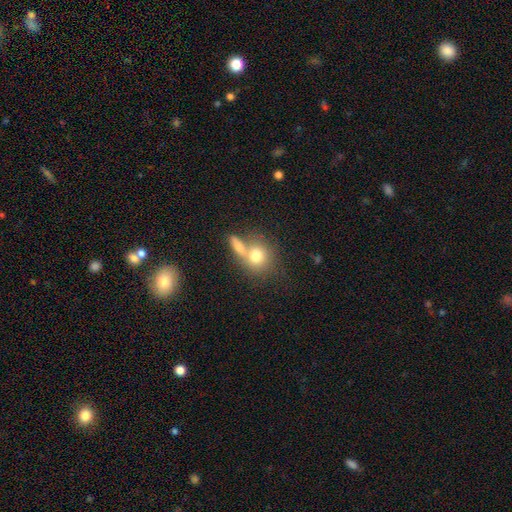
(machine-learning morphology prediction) smooth 76%, featured or disk 15%, star or artifact 9%. Down the decision tree: how rounded — round (73%); merging — merger (45%).